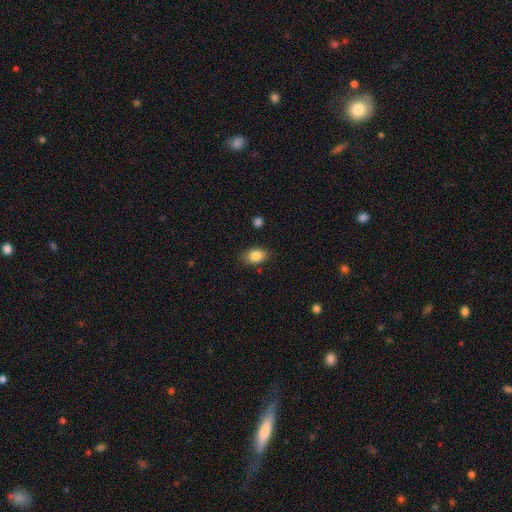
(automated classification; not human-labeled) Smooth or featured? smooth (86%)
How rounded? in between (79%)
Merging? none (82%)